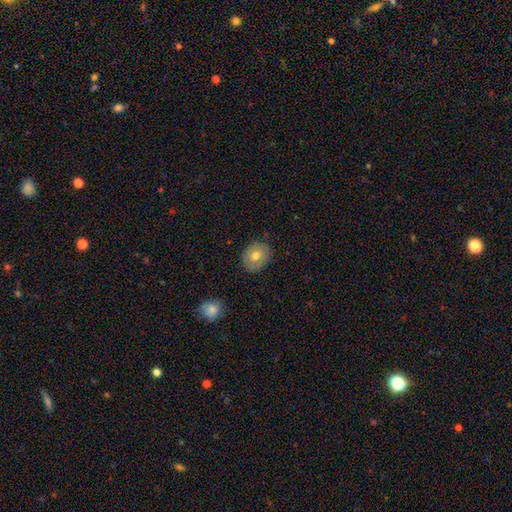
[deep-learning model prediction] A smooth galaxy with no disk features (74%) that is round (57%). Merging: none (86%).